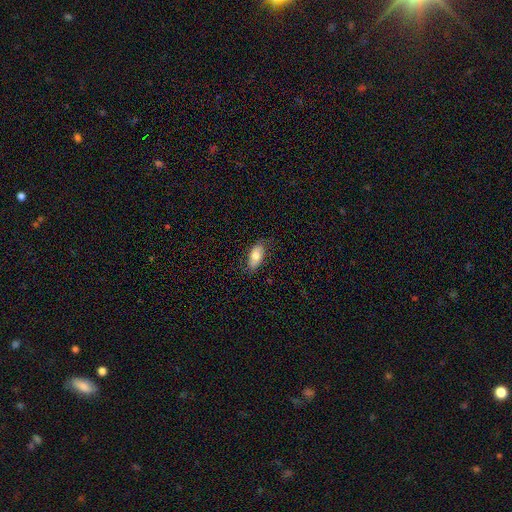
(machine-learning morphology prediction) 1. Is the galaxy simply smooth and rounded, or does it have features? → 73% smooth, 21% featured or disk, 7% star or artifact.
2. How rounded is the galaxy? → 90% in between, 7% cigar-shaped, 3% round.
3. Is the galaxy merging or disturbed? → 76% none, 18% minor disturbance, 4% major disturbance, 1% merger.